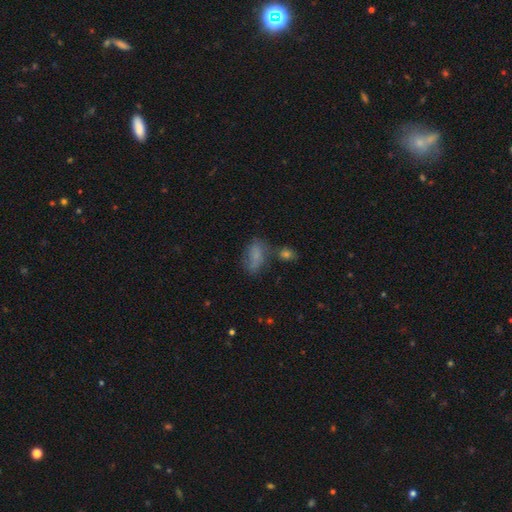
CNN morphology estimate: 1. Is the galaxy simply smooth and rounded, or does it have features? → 68% smooth, 19% featured or disk, 13% star or artifact.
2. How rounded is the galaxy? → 87% in between, 10% round, 3% cigar-shaped.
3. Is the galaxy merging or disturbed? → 45% none, 25% minor disturbance, 15% merger, 15% major disturbance.